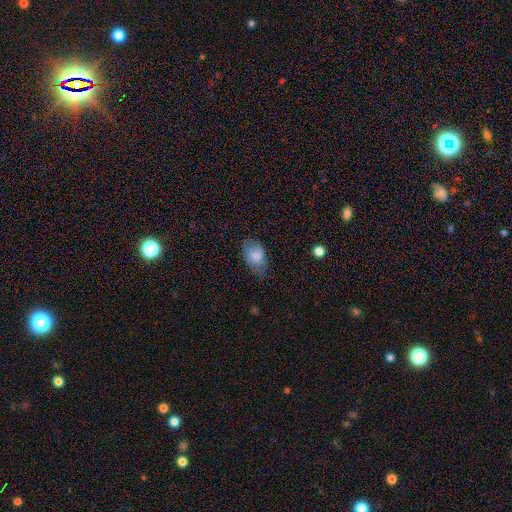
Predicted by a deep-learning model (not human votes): smooth-or-featured: smooth: 80% | featured or disk: 11% | star or artifact: 9%
  how-rounded: in between: 87% | round: 12% | cigar-shaped: 1%
  merging: none: 56% | minor disturbance: 31% | major disturbance: 11% | merger: 1%